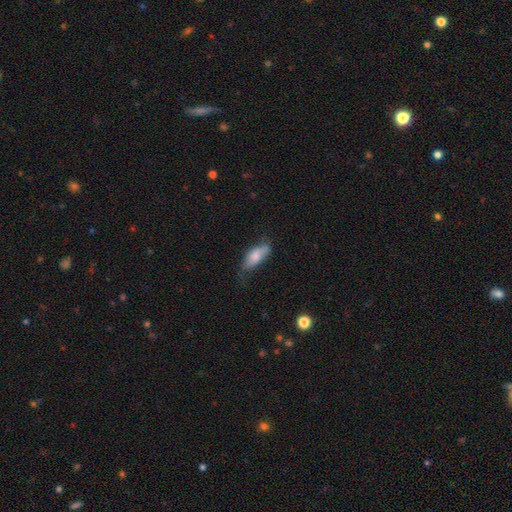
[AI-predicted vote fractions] smooth 72%, featured or disk 21%, star or artifact 7%. Down the decision tree: how rounded — in between (76%); merging — none (45%).